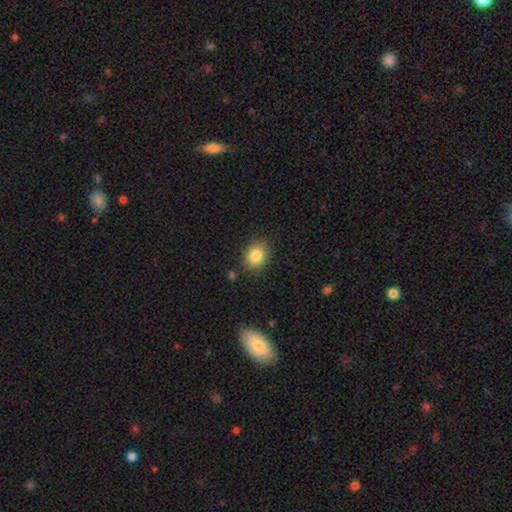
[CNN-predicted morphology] This is clearly a smooth galaxy (84%). How rounded: possibly round (60%). Merging: clearly none (85%).